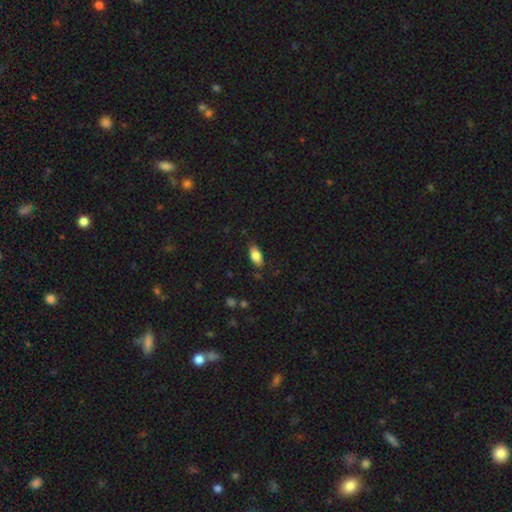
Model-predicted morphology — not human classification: Smooth or featured? Predicted: smooth (p=0.84). How rounded? Predicted: in between (p=0.91). Merging? Predicted: none (p=0.82).